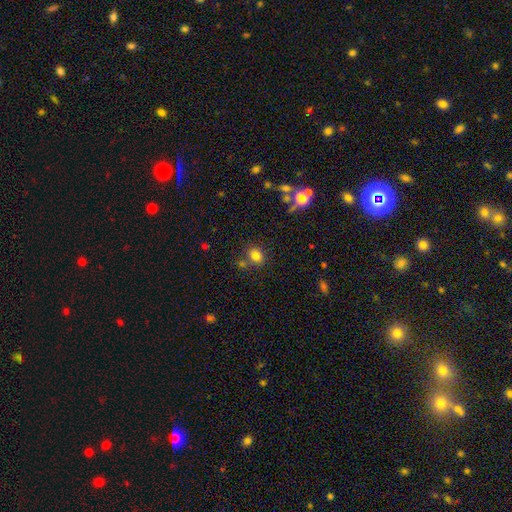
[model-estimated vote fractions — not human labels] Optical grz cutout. It shows a smooth galaxy with no disk features (79%) that is round (50%). Merging: none (67%).